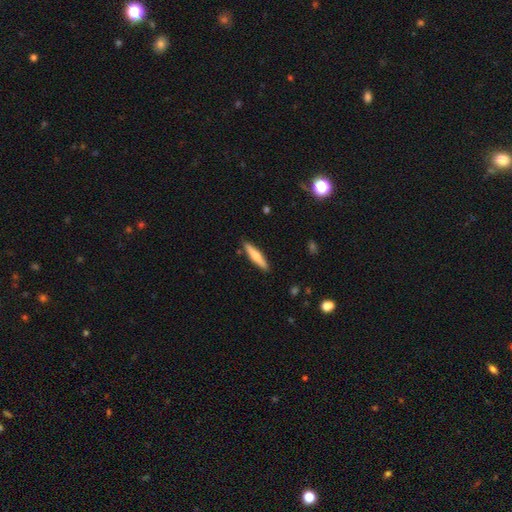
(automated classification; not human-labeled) Smooth or featured?
  - smooth: 60% *
  - featured or disk: 34%
  - star or artifact: 5%
How rounded?
  - cigar-shaped: 87% *
  - in between: 11%
  - round: 1%
Merging?
  - none: 89% *
  - minor disturbance: 8%
  - major disturbance: 2%
  - merger: 1%